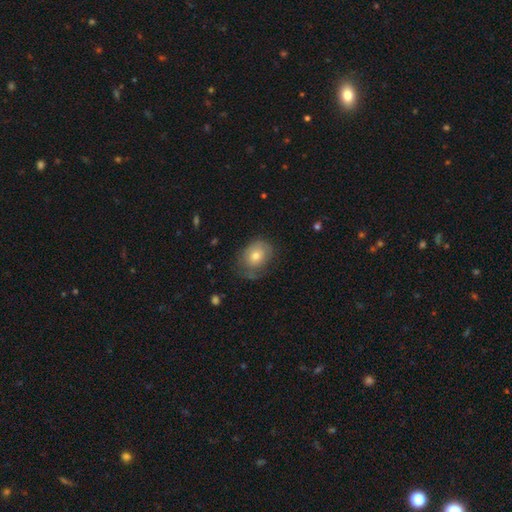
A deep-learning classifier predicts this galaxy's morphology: Smooth or featured? smooth (65%)
How rounded? in between (58%)
Merging? none (59%)